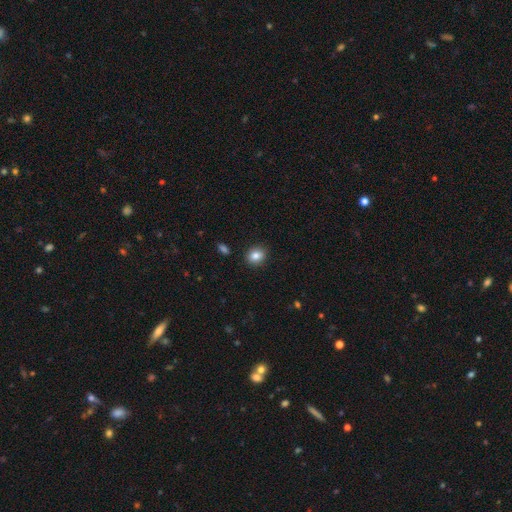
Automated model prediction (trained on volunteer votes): A smooth galaxy with no disk features (83%) that is round (65%).

Vote fractions:
- Smooth or featured? smooth: 83% / star or artifact: 10% / featured or disk: 7%
- How rounded? round: 65% / in between: 34% / cigar-shaped: 1%
- Merging? none: 90% / minor disturbance: 7% / major disturbance: 2% / merger: 1%